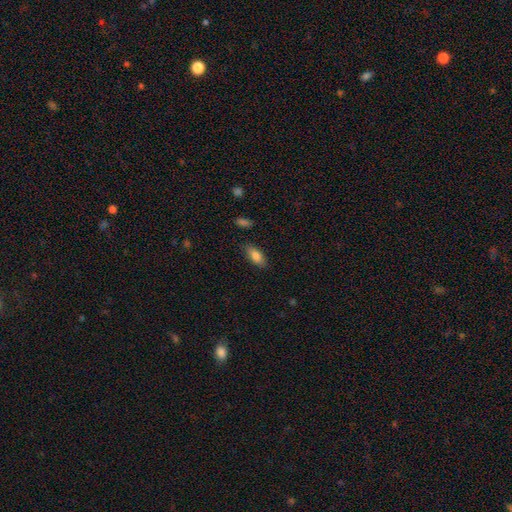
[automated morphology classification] Smooth or featured? Predicted: smooth (p=0.83). How rounded? Predicted: in between (p=0.84). Merging? Predicted: none (p=0.83).